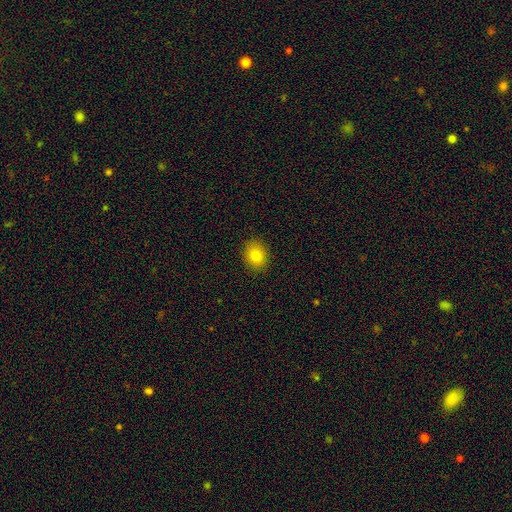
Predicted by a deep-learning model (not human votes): Morphology: type=smooth (80%); roundness=round (58%); merging=none (90%).